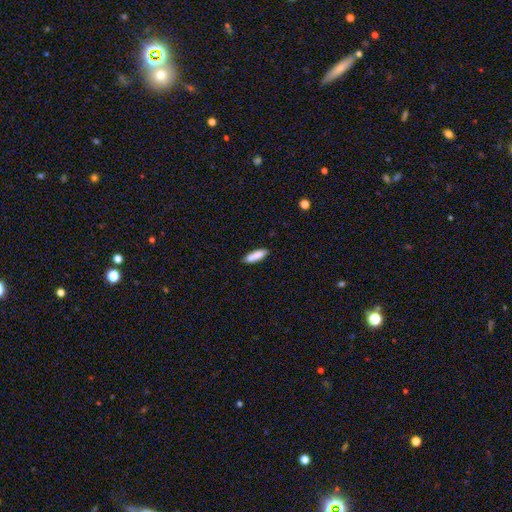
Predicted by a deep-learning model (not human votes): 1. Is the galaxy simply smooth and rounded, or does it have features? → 87% smooth, 7% featured or disk, 6% star or artifact.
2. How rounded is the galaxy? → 62% cigar-shaped, 37% in between, 2% round.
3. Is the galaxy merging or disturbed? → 86% none, 10% minor disturbance, 2% major disturbance, 2% merger.